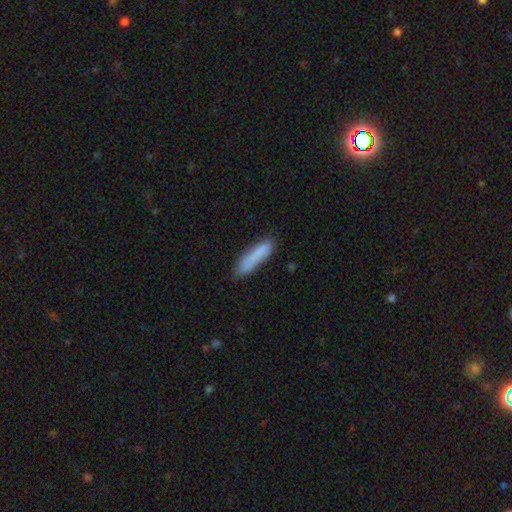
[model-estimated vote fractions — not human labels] Smooth or featured? smooth (83%)
How rounded? cigar-shaped (80%)
Merging? none (73%)